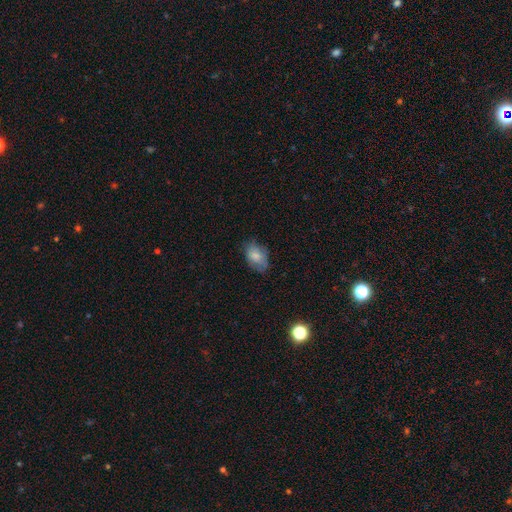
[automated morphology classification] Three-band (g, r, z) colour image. It shows a smooth galaxy with no disk features (79%) that is in between round and cigar-shaped (86%). Merging: none (67%).